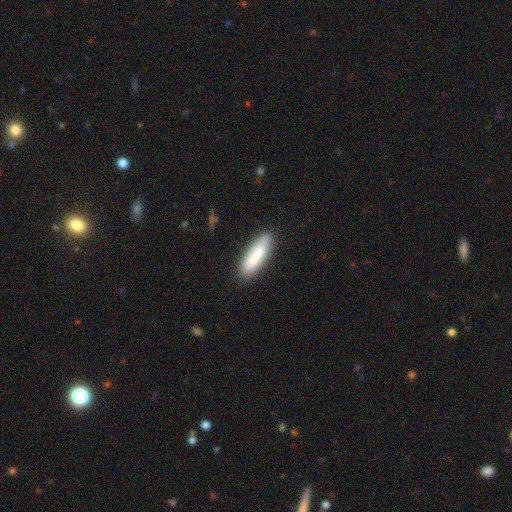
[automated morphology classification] smooth_or_featured: smooth (p=0.71) [alt: featured or disk p=0.22]
how_rounded: cigar-shaped (p=0.61) [alt: in between p=0.38]
merging: none (p=0.80) [alt: minor disturbance p=0.14]